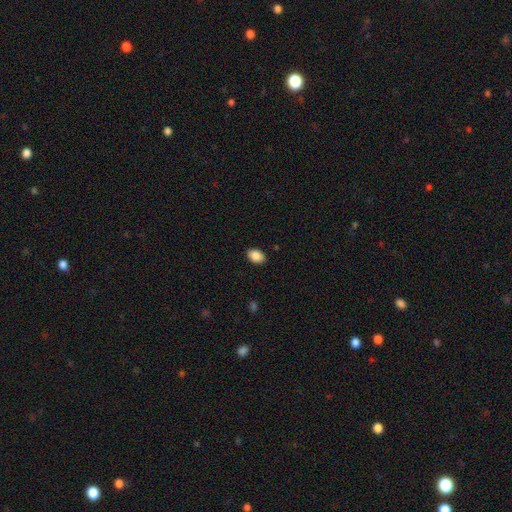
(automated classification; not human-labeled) The model was most divided on "how rounded": in between: 86%, round: 13%, cigar-shaped: 1%. More confident: merging — none (89%); smooth or featured — smooth (89%).